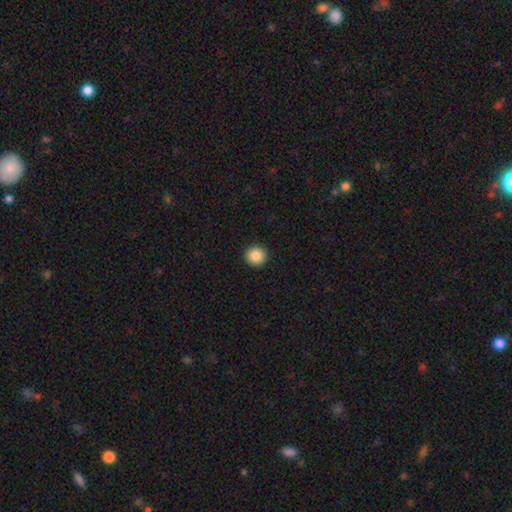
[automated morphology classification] Smooth or featured: smooth — 87% (star or artifact — 9%)
How rounded: round — 94% (in between — 5%)
Merging: none — 93% (minor disturbance — 4%)